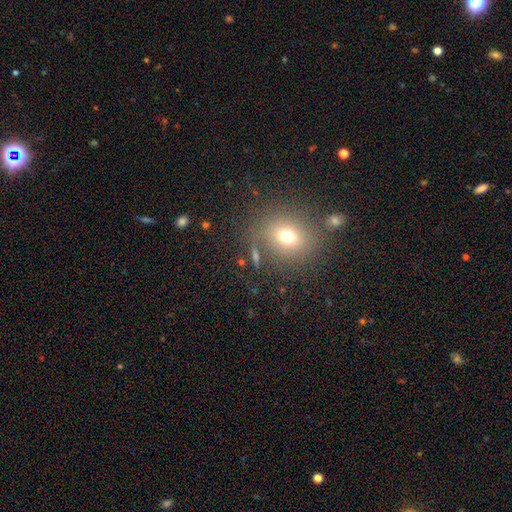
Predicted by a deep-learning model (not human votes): smooth-or-featured: smooth: 61% | star or artifact: 24% | featured or disk: 15%
  how-rounded: round: 68% | in between: 30% | cigar-shaped: 2%
  merging: none: 75% | minor disturbance: 12% | merger: 7% | major disturbance: 6%